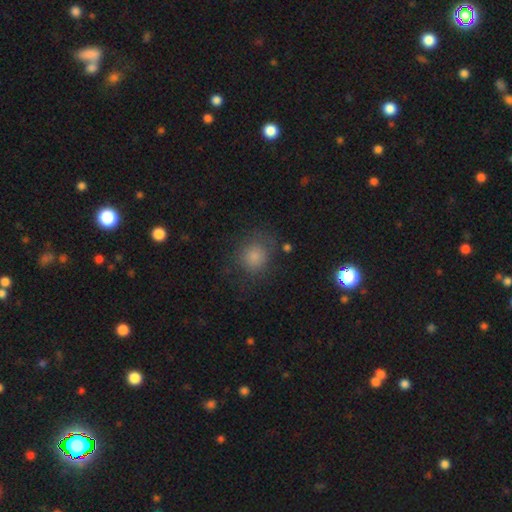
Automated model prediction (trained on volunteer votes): Q: Smooth or featured?
A: smooth (69%); runner-up: star or artifact (20%)
Q: How rounded?
A: round (83%); runner-up: in between (16%)
Q: Merging?
A: none (76%); runner-up: minor disturbance (15%)